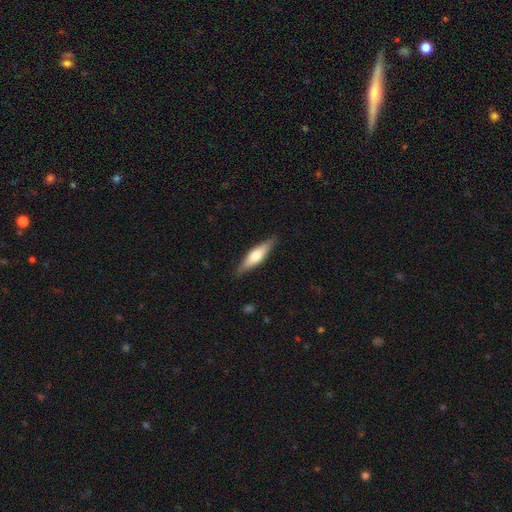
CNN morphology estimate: This is possibly a smooth galaxy (56%). How rounded: likely cigar-shaped (70%). Merging: clearly none (86%).